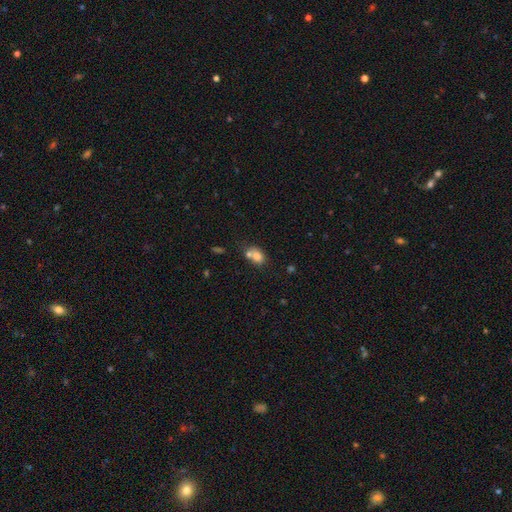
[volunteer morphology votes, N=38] This appears to be a smooth galaxy with no disk features (76%) that is round (59%). Merging: merger (49%).